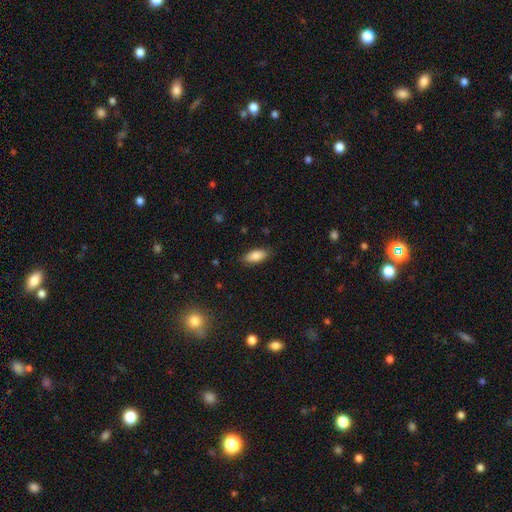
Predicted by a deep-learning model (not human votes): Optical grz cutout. It shows a smooth galaxy with no disk features (84%) that is in between round and cigar-shaped (87%). Merging: none (84%).